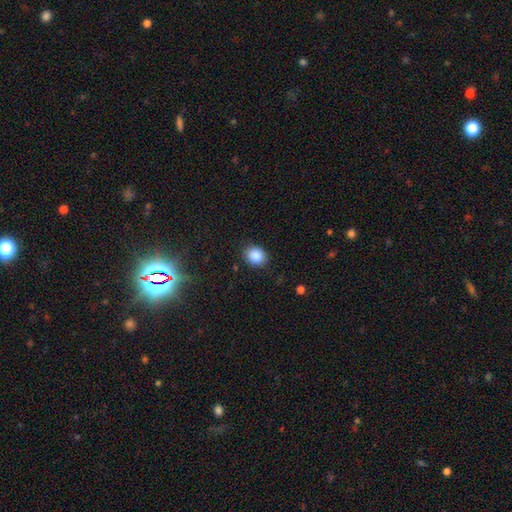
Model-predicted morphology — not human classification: This is clearly a smooth galaxy (88%). How rounded: possibly round (59%). Merging: clearly none (86%).